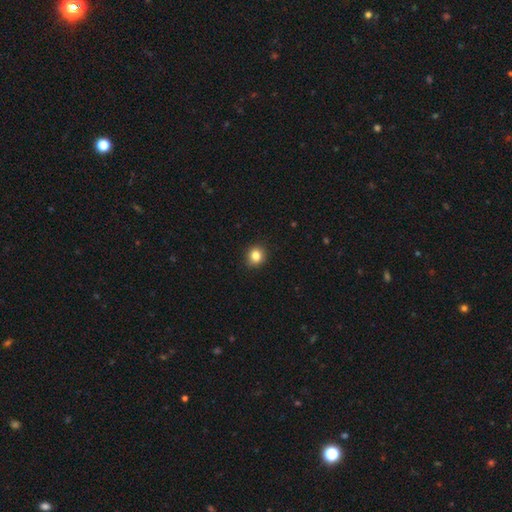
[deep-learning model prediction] Q: Smooth or featured?
A: smooth (84%); runner-up: star or artifact (11%)
Q: How rounded?
A: round (84%); runner-up: in between (15%)
Q: Merging?
A: none (91%); runner-up: minor disturbance (6%)